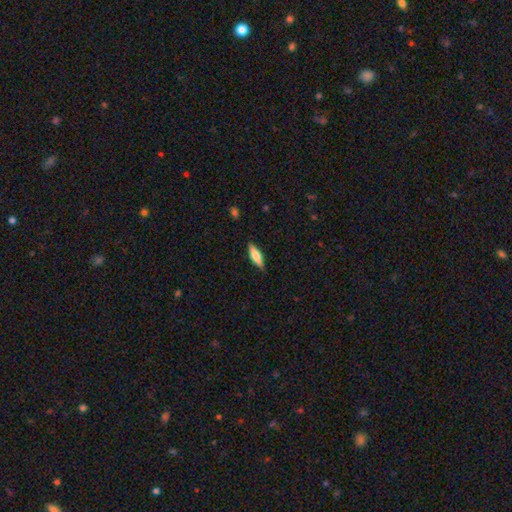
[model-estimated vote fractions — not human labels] The model was most divided on "how rounded": in between: 51%, cigar-shaped: 47%, round: 2%. More confident: merging — none (85%); smooth or featured — smooth (65%).